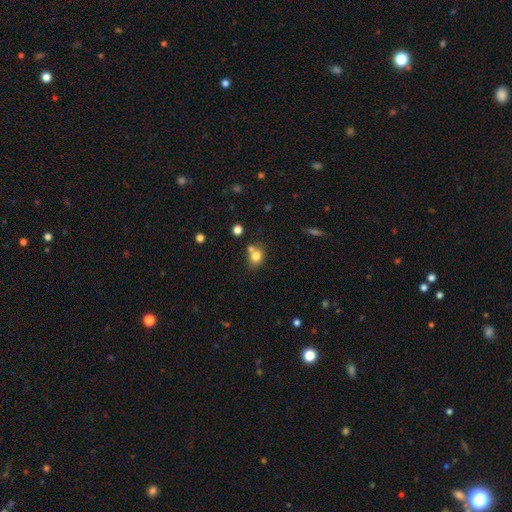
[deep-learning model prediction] Smooth or featured?
  - smooth: 77% *
  - star or artifact: 12%
  - featured or disk: 11%
How rounded?
  - round: 59% *
  - in between: 39%
  - cigar-shaped: 1%
Merging?
  - none: 49% *
  - merger: 35%
  - minor disturbance: 12%
  - major disturbance: 4%